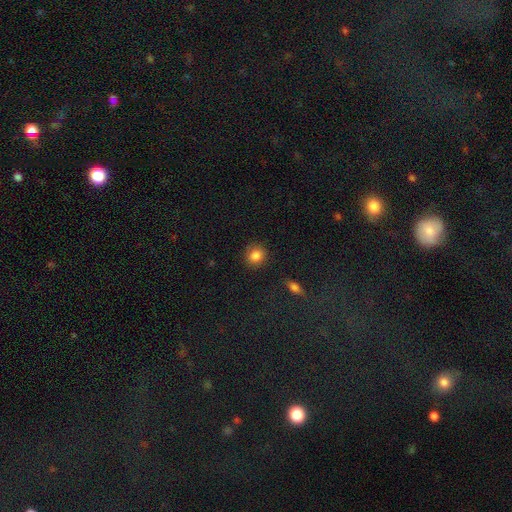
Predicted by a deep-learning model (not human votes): A smooth galaxy with no disk features (86%) that is round (83%).

Vote fractions:
- Smooth or featured? smooth: 86% / star or artifact: 9% / featured or disk: 5%
- How rounded? round: 83% / in between: 16% / cigar-shaped: 1%
- Merging? none: 87% / minor disturbance: 9% / major disturbance: 2% / merger: 1%